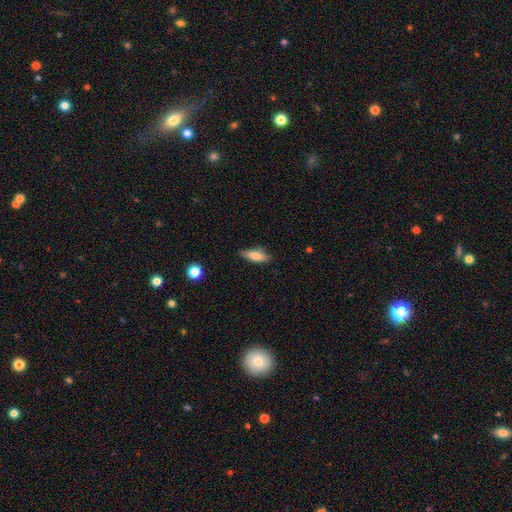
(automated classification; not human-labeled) smooth 74%, featured or disk 20%, star or artifact 7%. Down the decision tree: how rounded — in between (59%); merging — none (77%).